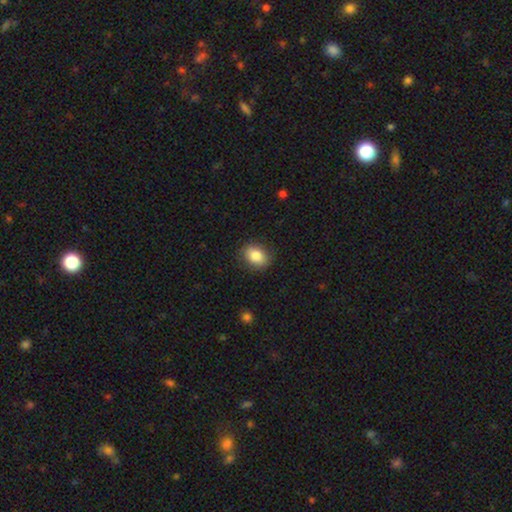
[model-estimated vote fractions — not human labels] A smooth galaxy with no disk features (85%) that is in between round and cigar-shaped (64%).

Vote fractions:
- Smooth or featured? smooth: 85% / star or artifact: 8% / featured or disk: 7%
- How rounded? in between: 64% / round: 35% / cigar-shaped: 1%
- Merging? none: 85% / minor disturbance: 12% / major disturbance: 3% / merger: 1%